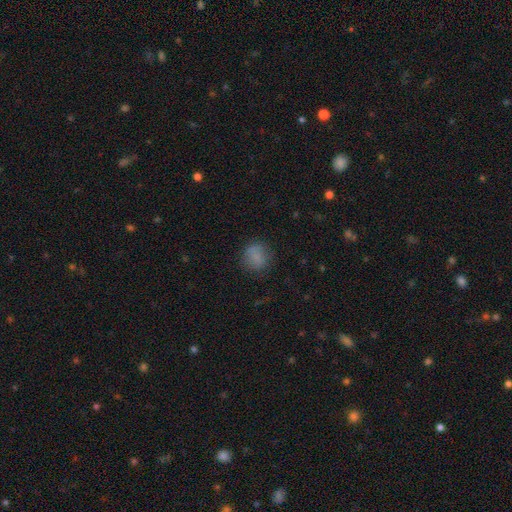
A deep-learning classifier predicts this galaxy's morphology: The model was most divided on "how rounded": round: 77%, in between: 21%, cigar-shaped: 1%. More confident: smooth or featured — smooth (78%); merging — none (77%).